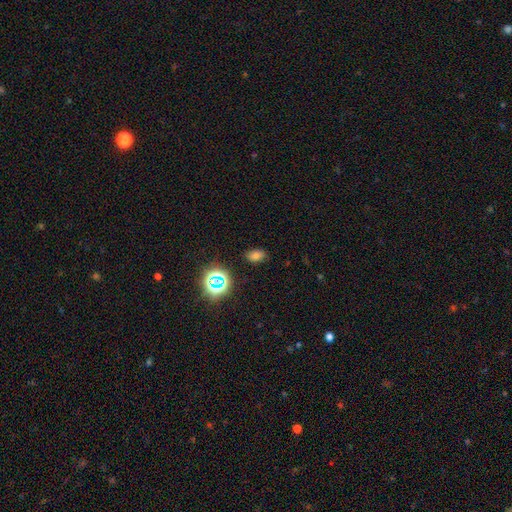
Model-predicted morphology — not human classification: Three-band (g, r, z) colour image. It shows a smooth galaxy with no disk features (66%) that is in between round and cigar-shaped (82%). Merging: none (84%).